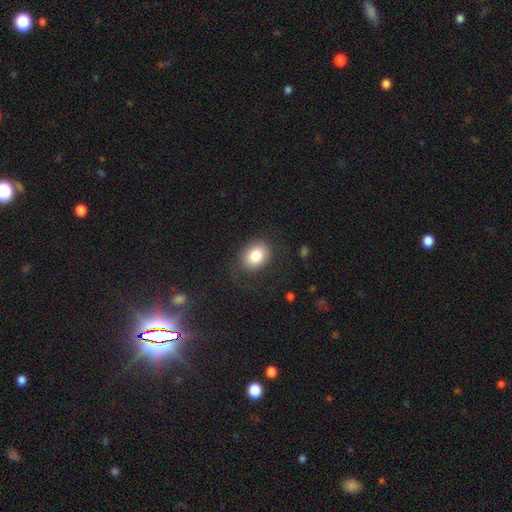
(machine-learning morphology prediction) Q: Smooth or featured?
A: smooth (81%); runner-up: featured or disk (11%)
Q: How rounded?
A: in between (62%); runner-up: round (37%)
Q: Merging?
A: none (72%); runner-up: minor disturbance (16%)